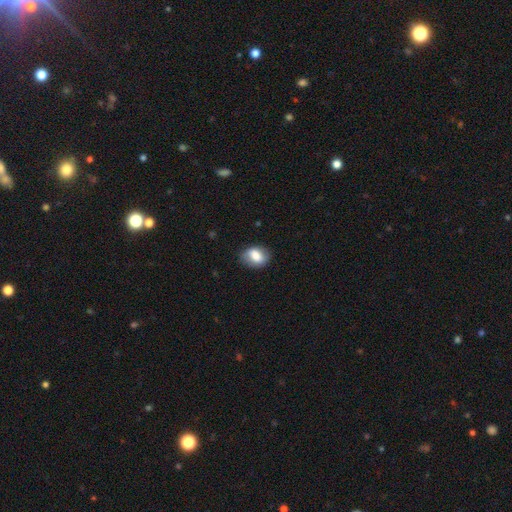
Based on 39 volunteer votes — Smooth or featured? smooth (77%)
How rounded? in between (77%)
Merging? none (71%)